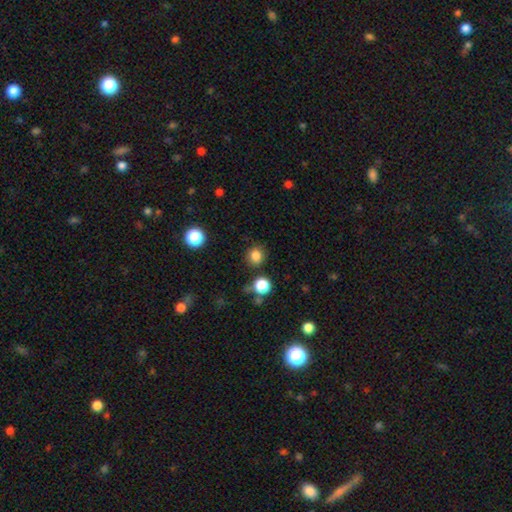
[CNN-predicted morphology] type=smooth (83%); roundness=round (91%); merging=none (85%).